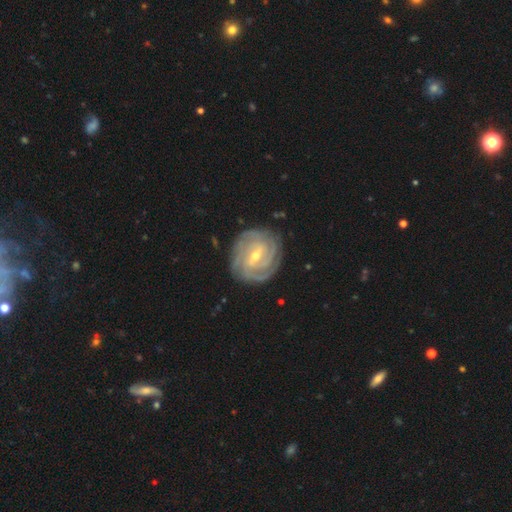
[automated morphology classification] Smooth or featured? featured or disk (90%)
Edge-on disk? no (97%)
Bar? weak (50%)
Spiral arms? yes (98%)
Spiral winding? tight (81%)
Spiral arm count? 3 (28%)
Bulge size? small (53%)
Merging? none (83%)